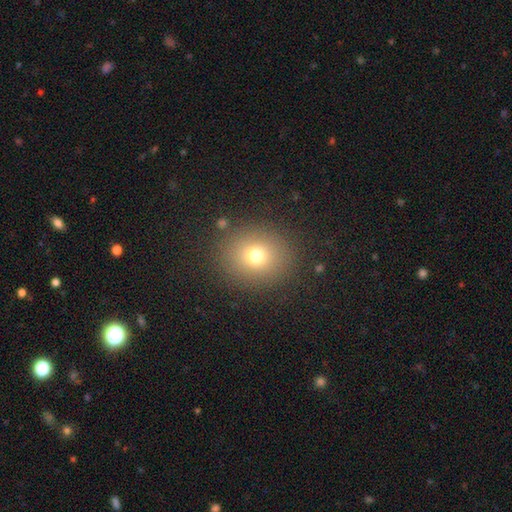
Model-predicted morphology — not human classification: smooth_or_featured: smooth (p=0.73) [alt: star or artifact p=0.17]
how_rounded: round (p=0.80) [alt: in between p=0.19]
merging: none (p=0.87) [alt: minor disturbance p=0.08]